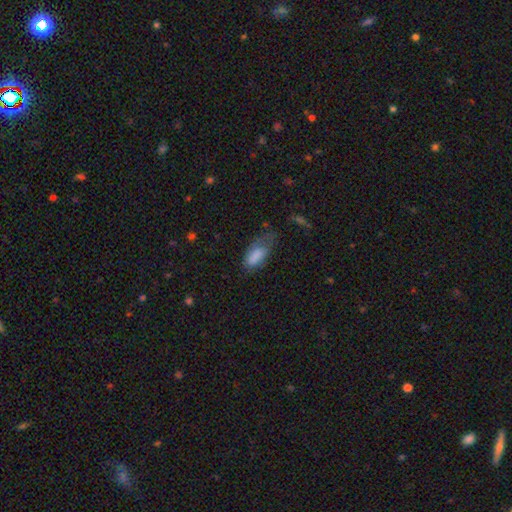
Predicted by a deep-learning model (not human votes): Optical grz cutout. It shows a smooth galaxy with no disk features (80%) that is in between round and cigar-shaped (88%). Merging: minor disturbance (37%).